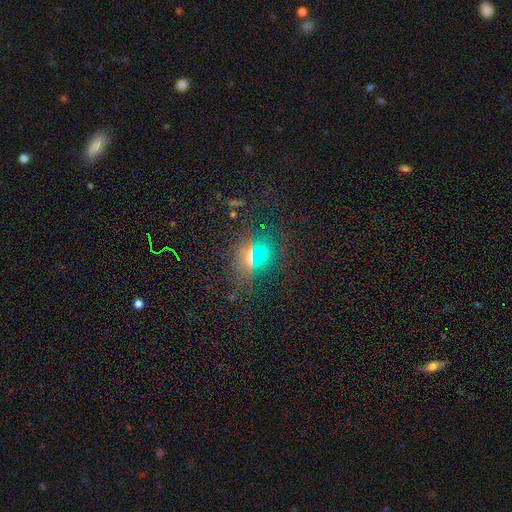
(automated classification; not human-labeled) smooth-or-featured: smooth: 54% | star or artifact: 33% | featured or disk: 12%
  how-rounded: round: 56% | in between: 39% | cigar-shaped: 6%
  merging: none: 81% | minor disturbance: 11% | major disturbance: 5% | merger: 4%